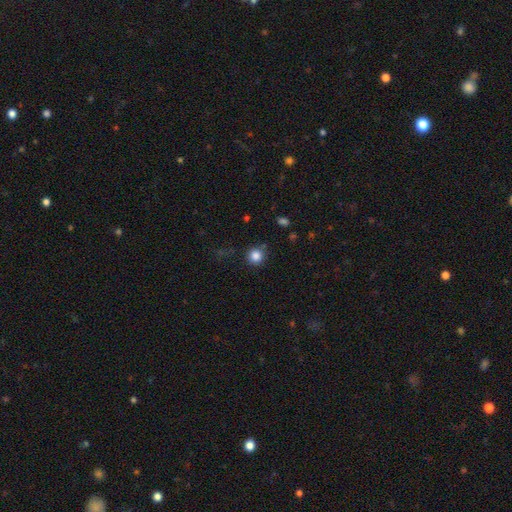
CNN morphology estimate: smooth-or-featured: smooth: 84% | star or artifact: 11% | featured or disk: 4%
  how-rounded: round: 92% | in between: 7% | cigar-shaped: 1%
  merging: none: 83% | minor disturbance: 11% | major disturbance: 3% | merger: 3%